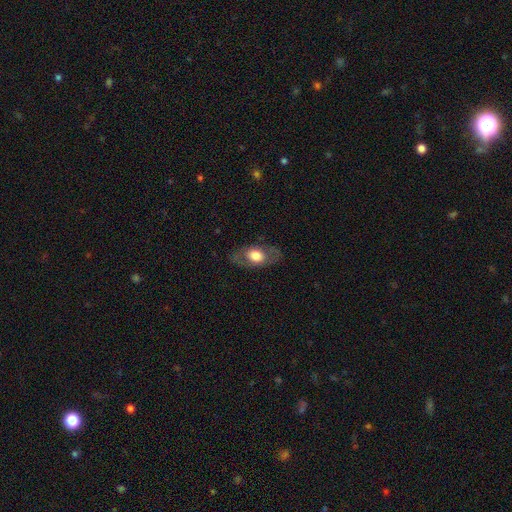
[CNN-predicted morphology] Overall: smooth (55%; featured or disk 38%). How rounded: in between (81%). Merging: none (78%).